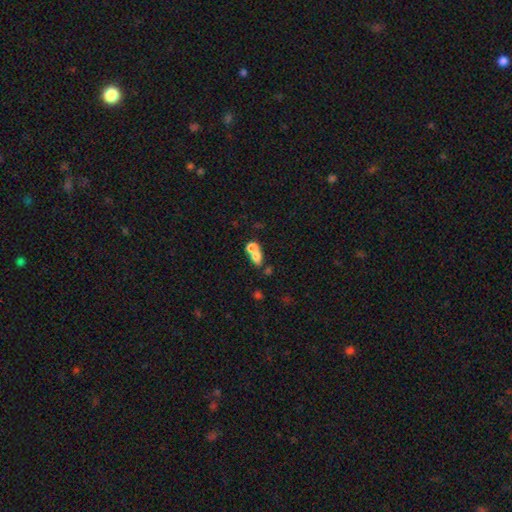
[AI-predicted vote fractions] Smooth or featured: smooth — 68% (featured or disk — 21%)
How rounded: in between — 55% (round — 42%)
Merging: merger — 67% (none — 22%)